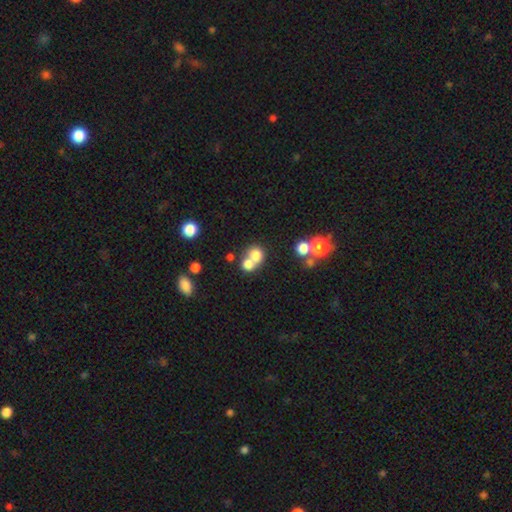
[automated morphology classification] A smooth galaxy with no disk features (73%) that is round (78%).

Vote fractions:
- Smooth or featured? smooth: 73% / star or artifact: 14% / featured or disk: 13%
- How rounded? round: 78% / in between: 21% / cigar-shaped: 1%
- Merging? merger: 54% / none: 36% / minor disturbance: 6% / major disturbance: 4%